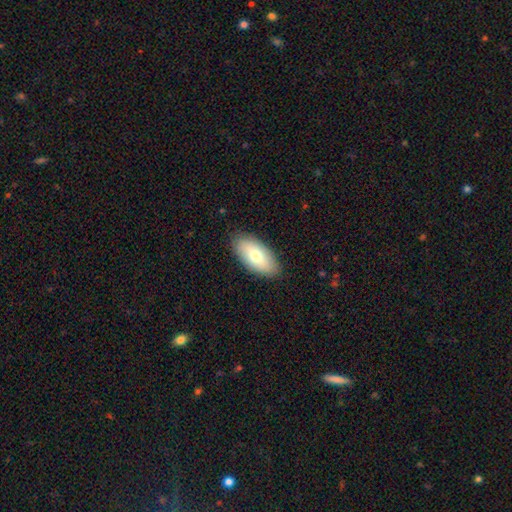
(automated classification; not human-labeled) smooth 71%, featured or disk 22%, star or artifact 7%. Down the decision tree: how rounded — in between (92%); merging — none (87%).